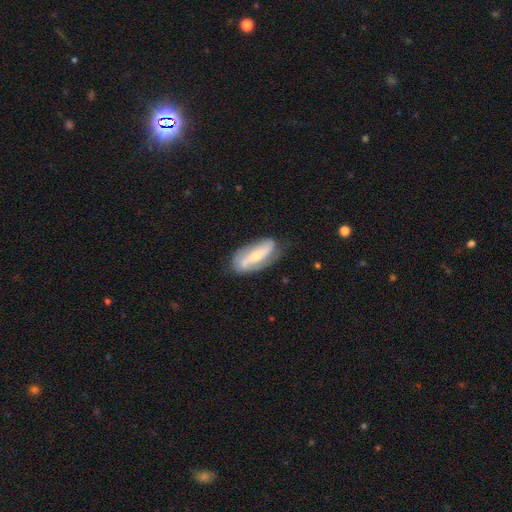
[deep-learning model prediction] featured or disk 72%, smooth 23%, star or artifact 6%. Down the decision tree: edge-on disk — no (89%); bar — strong (44%); spiral arms — yes (87%); spiral arm count — 2 (82%); spiral winding — loose (43%); bulge size — small (53%); merging — none (68%).